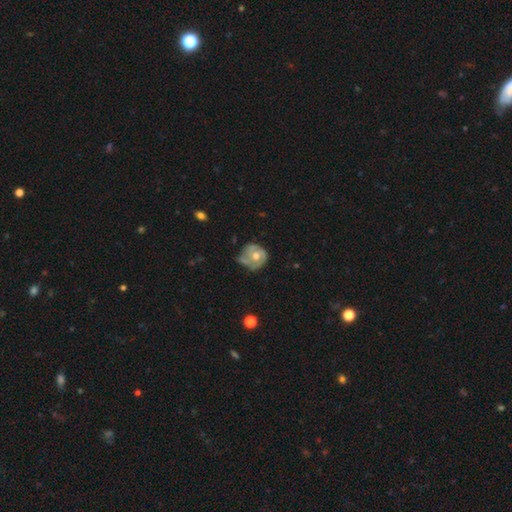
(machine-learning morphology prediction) The model was most divided on "merging": none: 50%, minor disturbance: 32%, major disturbance: 15%, merger: 4%. More confident: edge-on disk — no (97%); bar — no (84%); bulge size — moderate (75%); spiral arms — yes (61%); smooth or featured — featured or disk (57%).